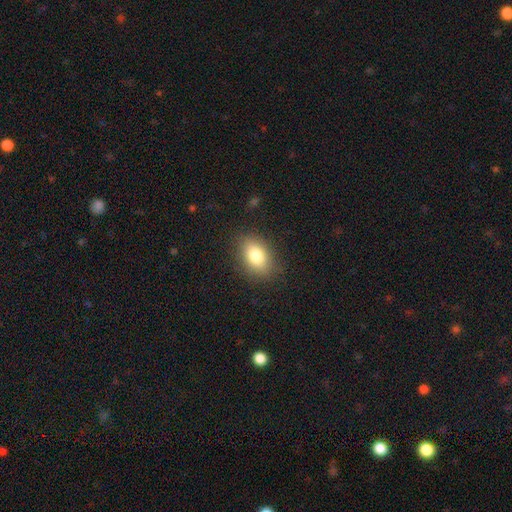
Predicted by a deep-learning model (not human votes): smooth 80%, featured or disk 11%, star or artifact 9%. Down the decision tree: how rounded — in between (83%); merging — none (84%).